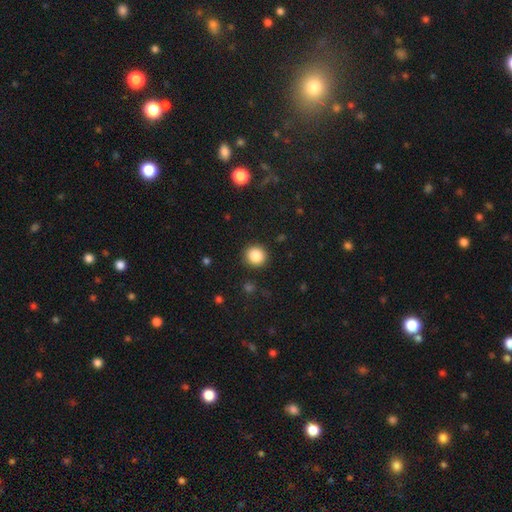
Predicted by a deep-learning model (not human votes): smooth_or_featured: smooth (p=0.86) [alt: star or artifact p=0.10]
how_rounded: round (p=0.92) [alt: in between p=0.08]
merging: none (p=0.91) [alt: minor disturbance p=0.06]